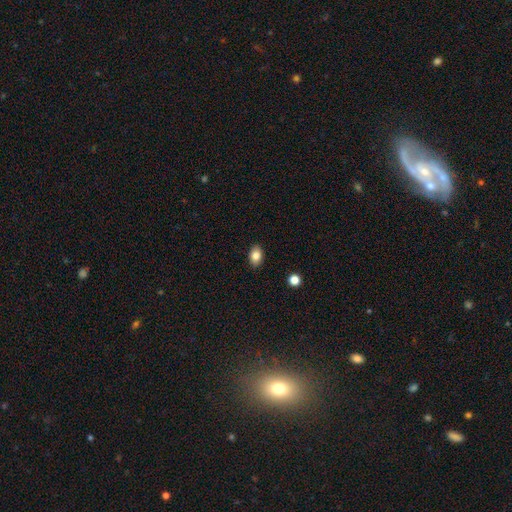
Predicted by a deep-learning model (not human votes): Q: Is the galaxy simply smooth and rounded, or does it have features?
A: smooth — 84%.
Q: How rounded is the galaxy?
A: in between — 86%.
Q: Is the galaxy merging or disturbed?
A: none — 89%.